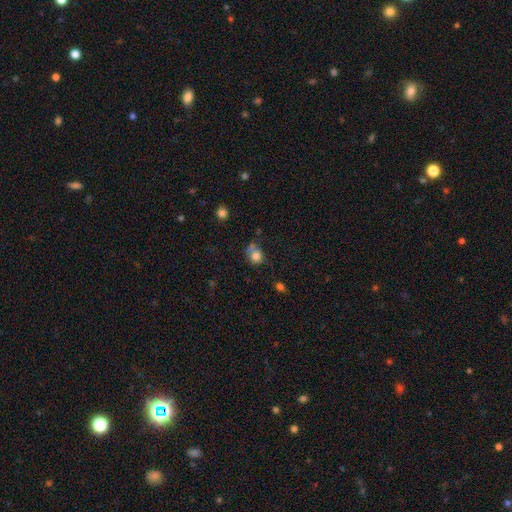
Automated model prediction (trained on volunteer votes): A smooth galaxy with no disk features (79%) that is round (70%).

Vote fractions:
- Smooth or featured? smooth: 79% / star or artifact: 12% / featured or disk: 9%
- How rounded? round: 70% / in between: 29% / cigar-shaped: 1%
- Merging? none: 46% / minor disturbance: 25% / merger: 18% / major disturbance: 11%